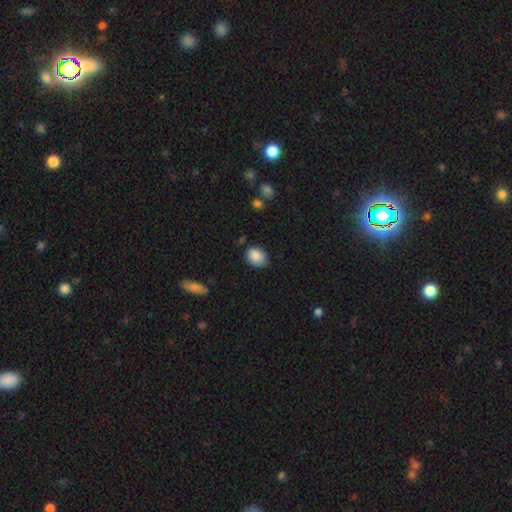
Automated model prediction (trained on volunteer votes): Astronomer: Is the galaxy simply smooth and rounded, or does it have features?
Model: smooth — 87%.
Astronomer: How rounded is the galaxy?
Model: in between — 61% (runner-up: round, 38%).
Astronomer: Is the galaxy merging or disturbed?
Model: none — 72%.